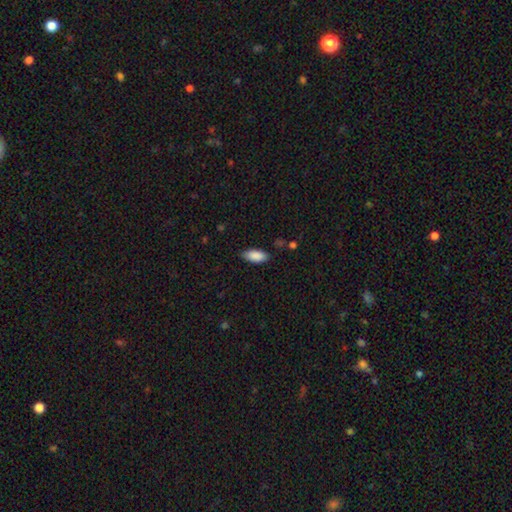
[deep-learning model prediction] Smooth or featured? Predicted: smooth (p=0.89). How rounded? Predicted: in between (p=0.88). Merging? Predicted: none (p=0.83).